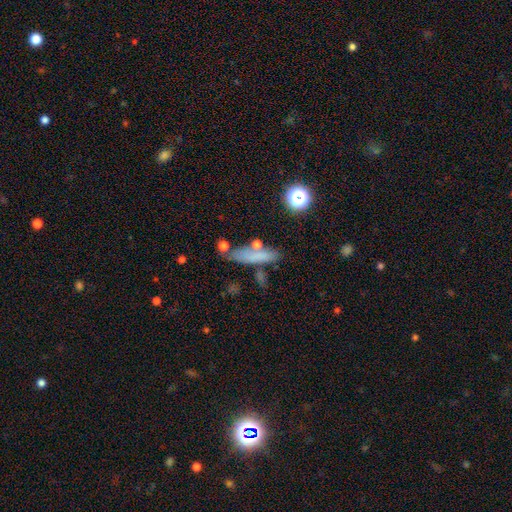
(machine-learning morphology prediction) A smooth galaxy with no disk features (70%) that is cigar-shaped (76%).

Vote fractions:
- Smooth or featured? smooth: 70% / featured or disk: 17% / star or artifact: 13%
- How rounded? cigar-shaped: 76% / in between: 19% / round: 4%
- Merging? none: 71% / minor disturbance: 16% / merger: 9% / major disturbance: 5%